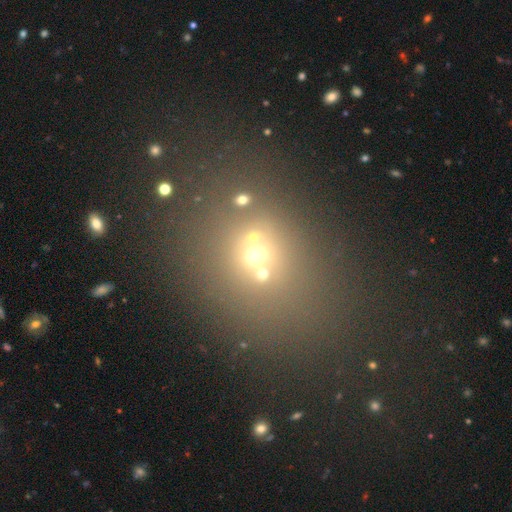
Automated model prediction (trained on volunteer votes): Smooth or featured?
  - smooth: 51% *
  - star or artifact: 35%
  - featured or disk: 15%
How rounded?
  - round: 61% *
  - in between: 37%
  - cigar-shaped: 3%
Merging?
  - none: 58% *
  - merger: 22%
  - minor disturbance: 12%
  - major disturbance: 7%